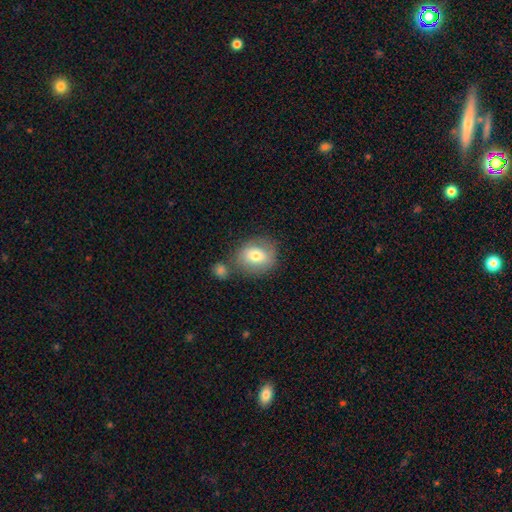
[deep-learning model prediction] Smooth or featured?
  - smooth: 71% *
  - featured or disk: 21%
  - star or artifact: 8%
How rounded?
  - round: 64% *
  - in between: 35%
  - cigar-shaped: 1%
Merging?
  - none: 59% *
  - merger: 18%
  - minor disturbance: 17%
  - major disturbance: 6%